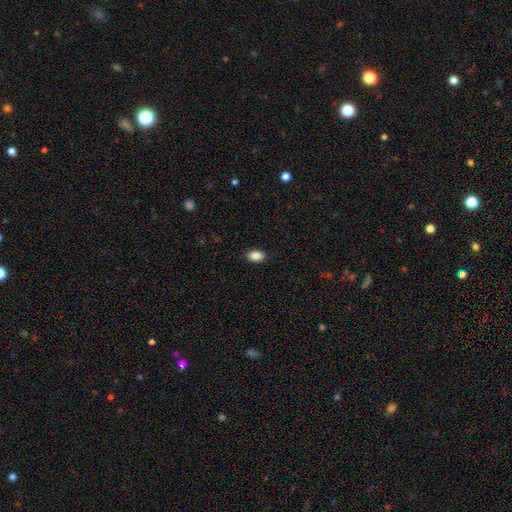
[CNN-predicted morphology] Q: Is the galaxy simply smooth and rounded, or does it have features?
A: smooth — 87%.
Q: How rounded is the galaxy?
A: in between — 89%.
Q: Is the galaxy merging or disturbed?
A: none — 89%.